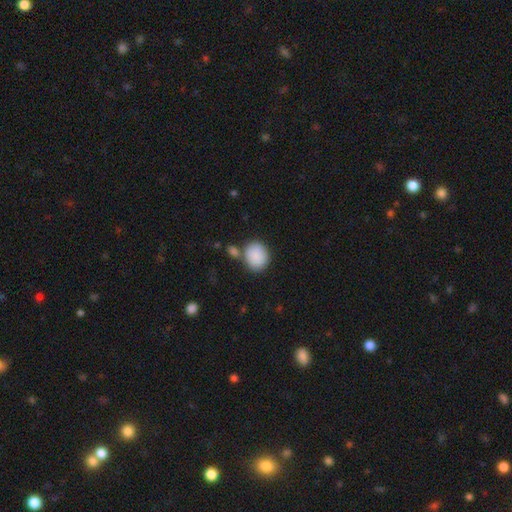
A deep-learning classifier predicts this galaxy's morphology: type=smooth (89%); roundness=round (72%); merging=none (63%).